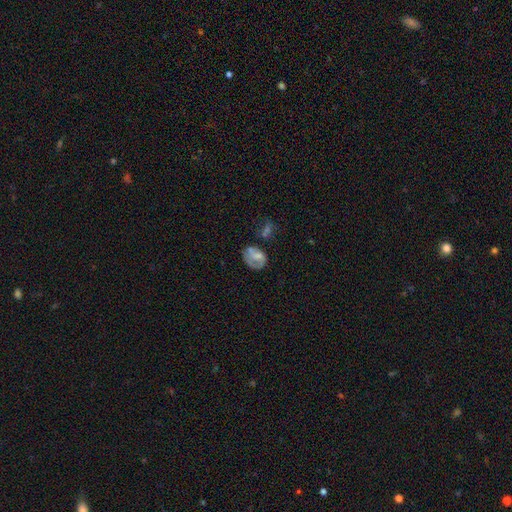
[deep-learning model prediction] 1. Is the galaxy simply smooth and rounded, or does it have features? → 51% smooth, 40% featured or disk, 10% star or artifact.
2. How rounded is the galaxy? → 64% in between, 35% round, 1% cigar-shaped.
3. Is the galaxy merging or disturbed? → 37% none, 26% minor disturbance, 25% major disturbance, 12% merger.